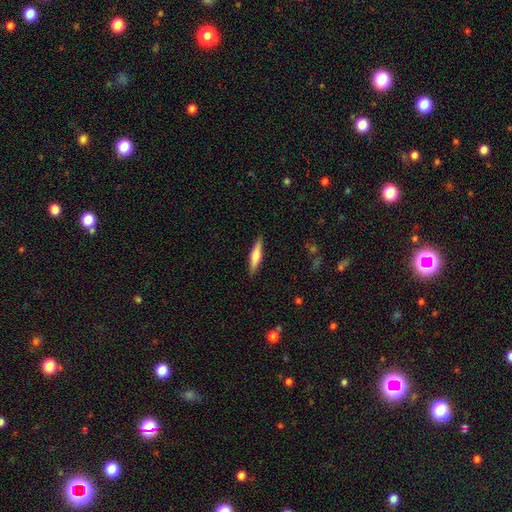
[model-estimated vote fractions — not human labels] Smooth or featured?
  - smooth: 55% *
  - featured or disk: 39%
  - star or artifact: 6%
How rounded?
  - cigar-shaped: 82% *
  - in between: 16%
  - round: 2%
Merging?
  - none: 89% *
  - minor disturbance: 8%
  - major disturbance: 2%
  - merger: 1%